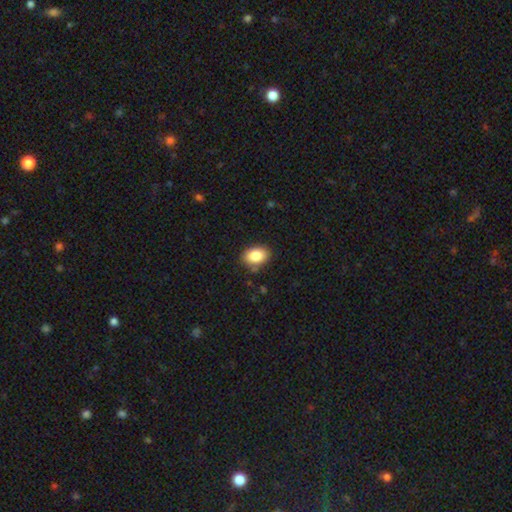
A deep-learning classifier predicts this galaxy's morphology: type=smooth (85%); roundness=in between (77%); merging=none (84%).